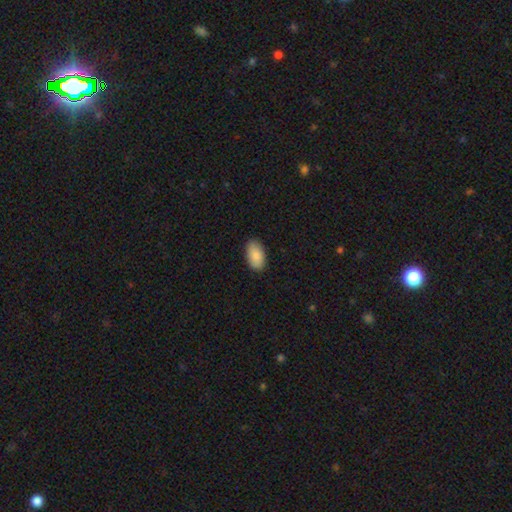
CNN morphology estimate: smooth-or-featured: smooth: 89% | star or artifact: 6% | featured or disk: 5%
  how-rounded: in between: 95% | round: 3% | cigar-shaped: 2%
  merging: none: 87% | minor disturbance: 10% | major disturbance: 2% | merger: 1%